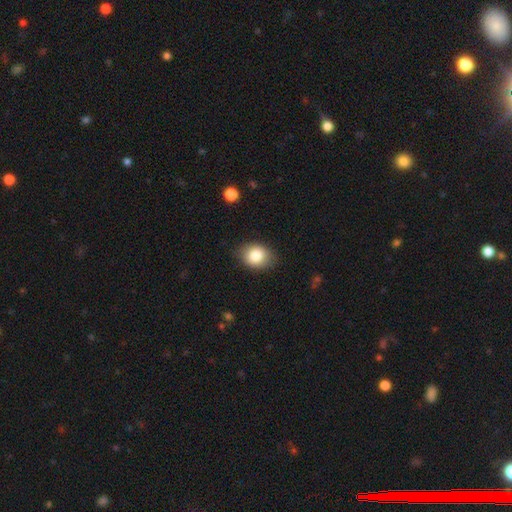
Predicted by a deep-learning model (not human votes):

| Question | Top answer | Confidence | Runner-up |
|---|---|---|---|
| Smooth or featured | smooth | 84% | star or artifact (8%) |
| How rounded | in between | 60% | round (39%) |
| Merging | none | 82% | minor disturbance (14%) |